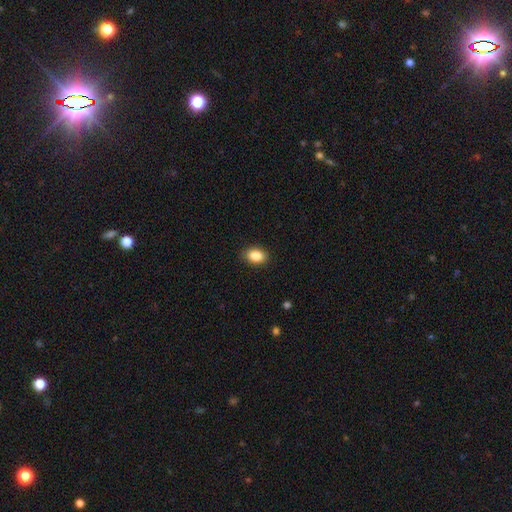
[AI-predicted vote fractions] Smooth or featured? smooth (87%)
How rounded? in between (79%)
Merging? none (88%)